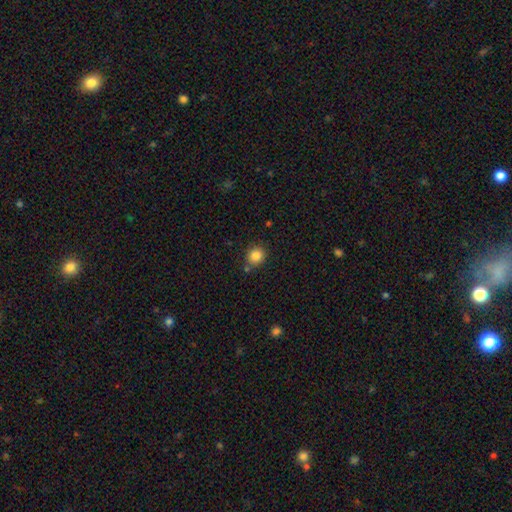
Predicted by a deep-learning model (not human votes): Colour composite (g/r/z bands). It shows a smooth galaxy with no disk features (84%) that is round (84%). Merging: none (78%).